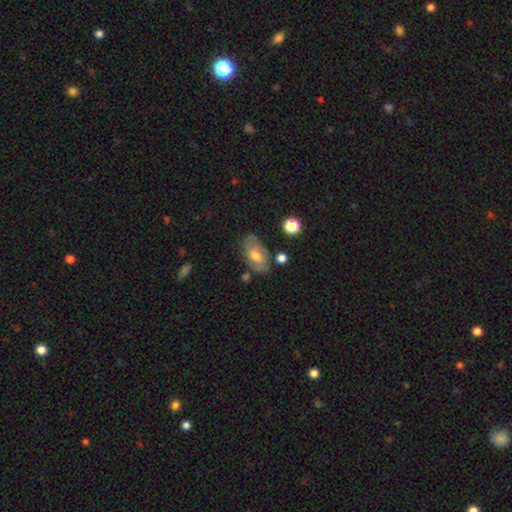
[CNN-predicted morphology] type=smooth (52%); roundness=in between (90%); merging=none (68%).